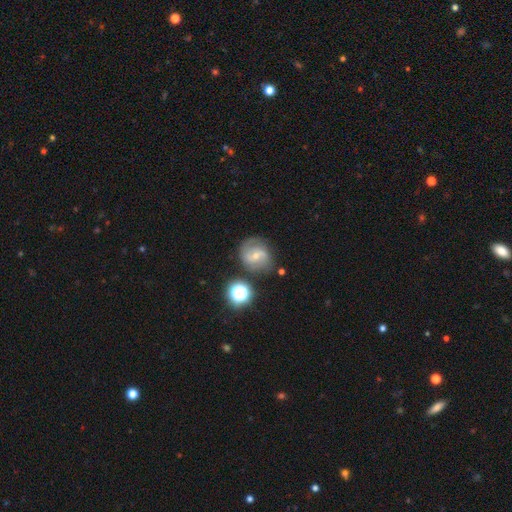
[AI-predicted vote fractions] This appears to be a featured or disk galaxy (67%) with a weak bar (50%), 2 (75%) medium (46%) spiral arms (89%) and a small central bulge (61%). Merging: none (76%).